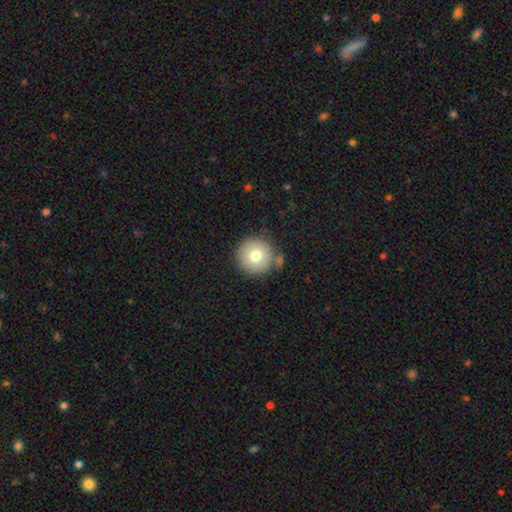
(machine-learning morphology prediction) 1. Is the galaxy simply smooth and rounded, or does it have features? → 76% smooth, 15% featured or disk, 10% star or artifact.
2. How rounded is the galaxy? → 96% round, 3% in between, 1% cigar-shaped.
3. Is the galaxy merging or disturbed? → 80% none, 10% minor disturbance, 7% merger, 3% major disturbance.